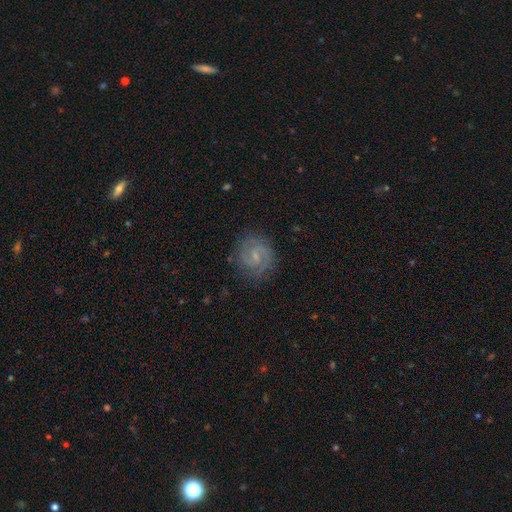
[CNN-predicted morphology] Overall: featured or disk (80%). Edge-on disk: no (98%). Bar: weak (59%; no 29%). Spiral arms: yes (96%). Spiral arm count: 2 (84%). Spiral winding: tight (48%; medium 43%). Bulge size: small (64%). Merging: none (82%).